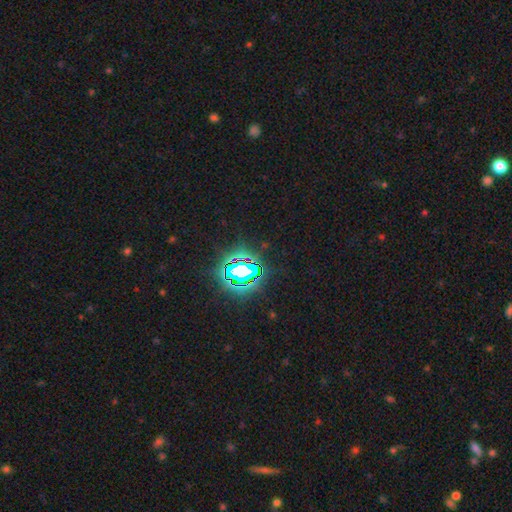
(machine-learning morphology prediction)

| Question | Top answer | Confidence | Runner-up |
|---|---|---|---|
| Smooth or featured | star or artifact | 83% | smooth (11%) |